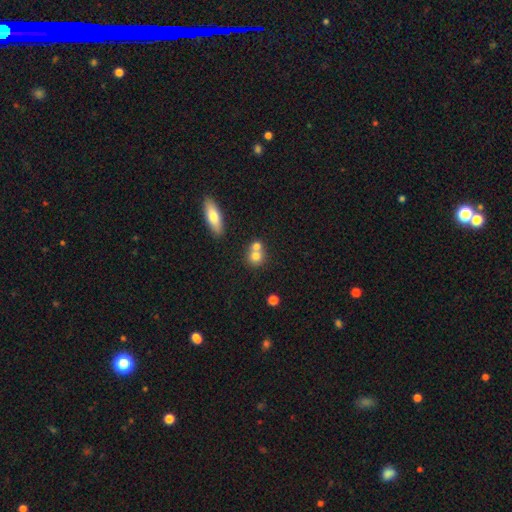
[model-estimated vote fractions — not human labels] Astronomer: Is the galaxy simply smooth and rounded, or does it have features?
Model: smooth — 73%.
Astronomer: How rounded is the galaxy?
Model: round — 79%.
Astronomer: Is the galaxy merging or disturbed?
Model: merger — 52% (runner-up: none, 39%).